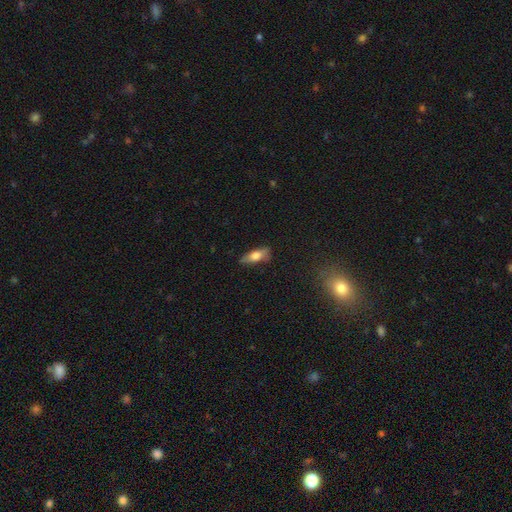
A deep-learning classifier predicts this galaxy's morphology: A smooth galaxy with no disk features (68%) that is in between round and cigar-shaped (67%). Merging: none (67%).